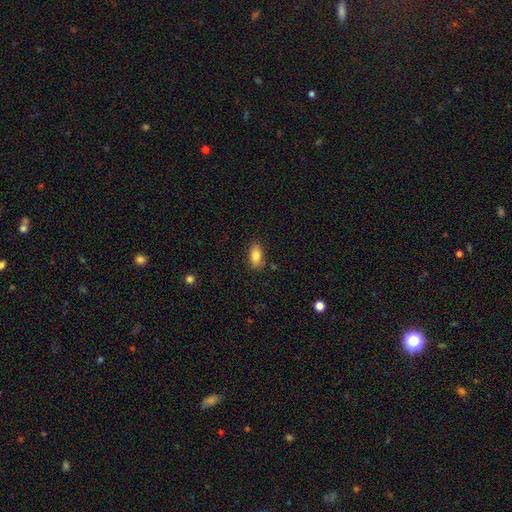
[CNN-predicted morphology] Q: Smooth or featured?
A: smooth (84%); runner-up: featured or disk (8%)
Q: How rounded?
A: in between (89%); runner-up: cigar-shaped (6%)
Q: Merging?
A: none (82%); runner-up: minor disturbance (12%)